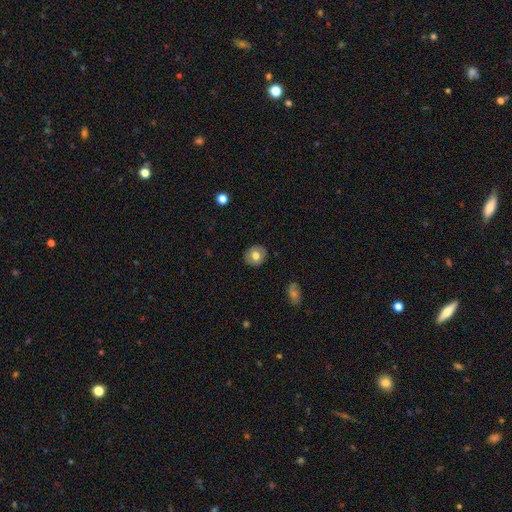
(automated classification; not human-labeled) The model was most divided on "smooth or featured": smooth: 68%, featured or disk: 24%, star or artifact: 8%. More confident: merging — none (88%); how rounded — round (76%).